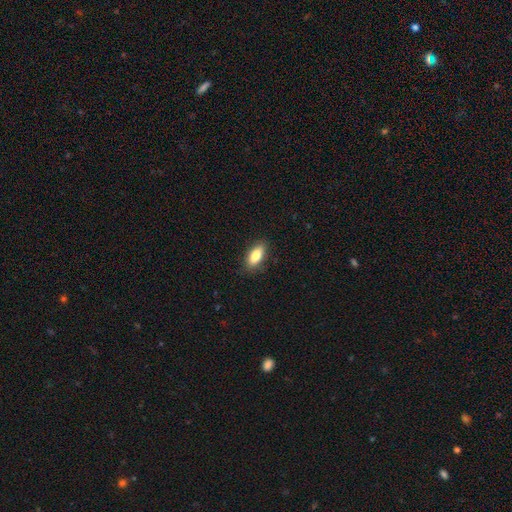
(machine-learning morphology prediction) Smooth or featured?
  - smooth: 81% *
  - featured or disk: 12%
  - star or artifact: 7%
How rounded?
  - in between: 83% *
  - cigar-shaped: 14%
  - round: 3%
Merging?
  - none: 88% *
  - minor disturbance: 9%
  - major disturbance: 2%
  - merger: 1%